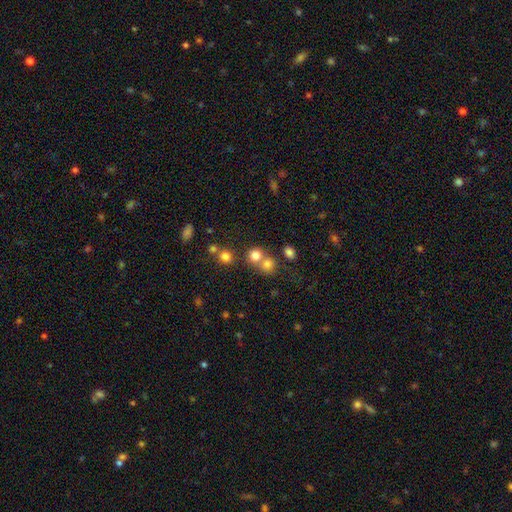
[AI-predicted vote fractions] Q: Smooth or featured?
A: smooth (77%); runner-up: star or artifact (15%)
Q: How rounded?
A: round (85%); runner-up: in between (14%)
Q: Merging?
A: none (55%); runner-up: merger (34%)